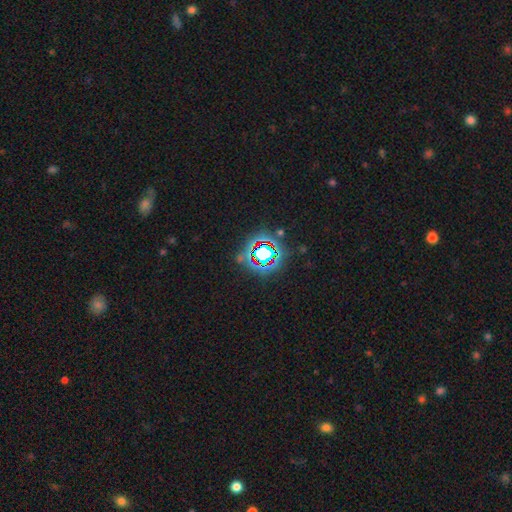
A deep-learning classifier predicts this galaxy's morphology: smooth_or_featured: star or artifact (p=0.78) [alt: smooth p=0.13]